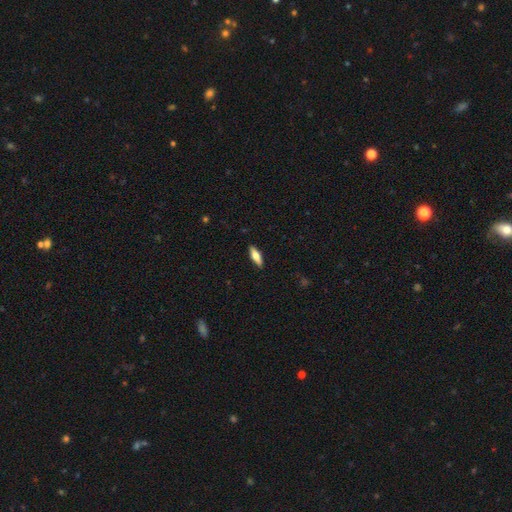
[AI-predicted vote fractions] smooth-or-featured: smooth: 55% | featured or disk: 39% | star or artifact: 6%
  how-rounded: in between: 51% | cigar-shaped: 47% | round: 3%
  merging: none: 89% | minor disturbance: 8% | major disturbance: 2% | merger: 1%